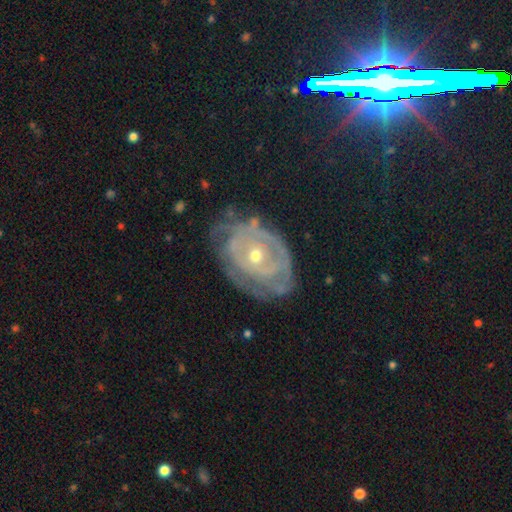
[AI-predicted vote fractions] A featured or disk galaxy (80%) with no bar (82%), tight (72%) spiral arms (68%) and a moderate central bulge (49%). Merging: none (53%).